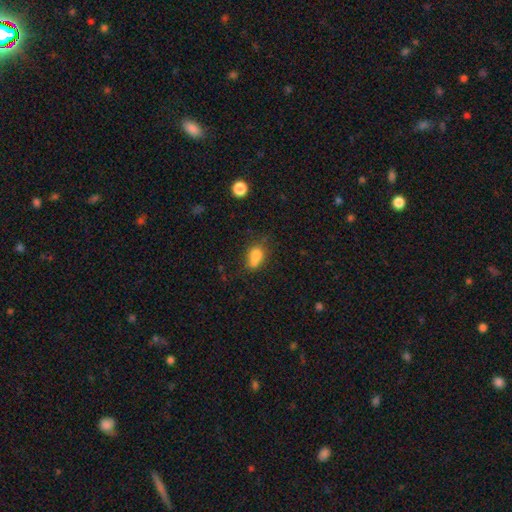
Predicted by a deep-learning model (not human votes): Smooth or featured? Predicted: smooth (p=0.77). How rounded? Predicted: in between (p=0.68). Merging? Predicted: none (p=0.37).